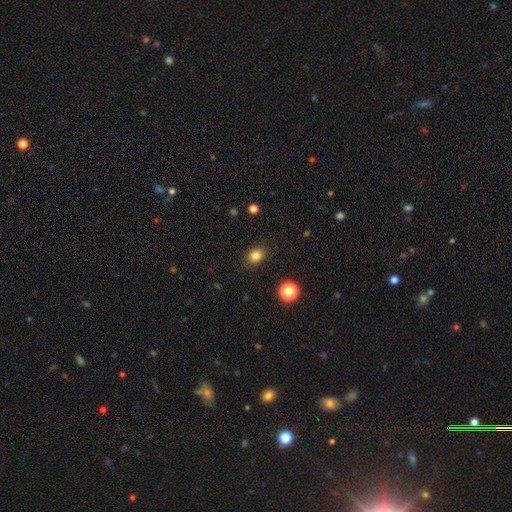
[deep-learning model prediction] This is clearly a smooth galaxy (83%). How rounded: possibly round (53%). Merging: clearly none (87%).